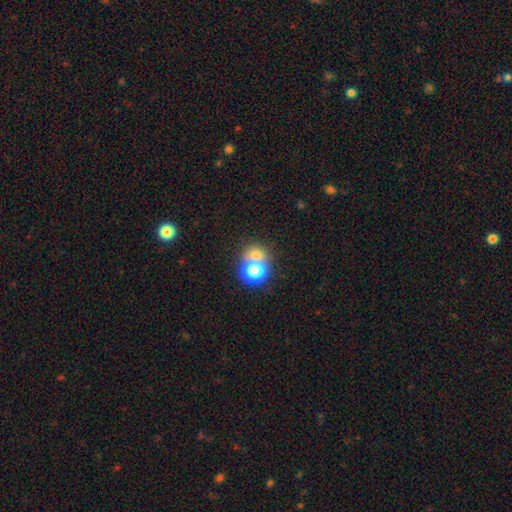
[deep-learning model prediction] Morphology: type=smooth (66%); roundness=round (76%); merging=merger (49%).